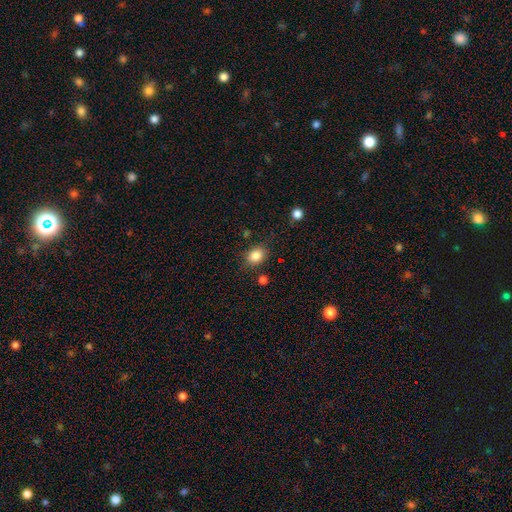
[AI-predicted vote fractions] A smooth galaxy with no disk features (85%) that is in between round and cigar-shaped (52%).

Vote fractions:
- Smooth or featured? smooth: 85% / star or artifact: 10% / featured or disk: 5%
- How rounded? in between: 52% / round: 47% / cigar-shaped: 1%
- Merging? none: 77% / minor disturbance: 15% / major disturbance: 4% / merger: 4%